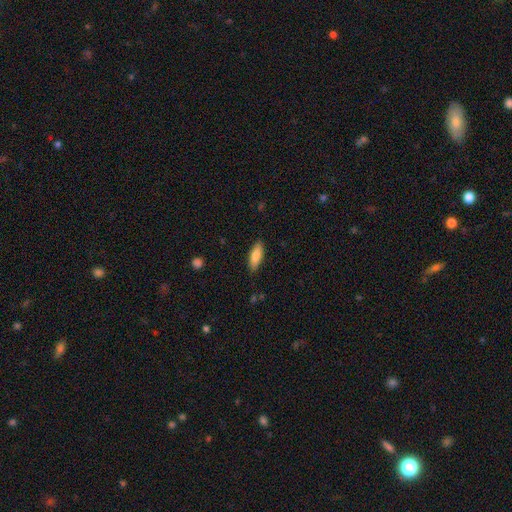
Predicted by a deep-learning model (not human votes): The model was most divided on "how rounded": in between: 53%, cigar-shaped: 45%, round: 2%. More confident: merging — none (87%); smooth or featured — smooth (81%).